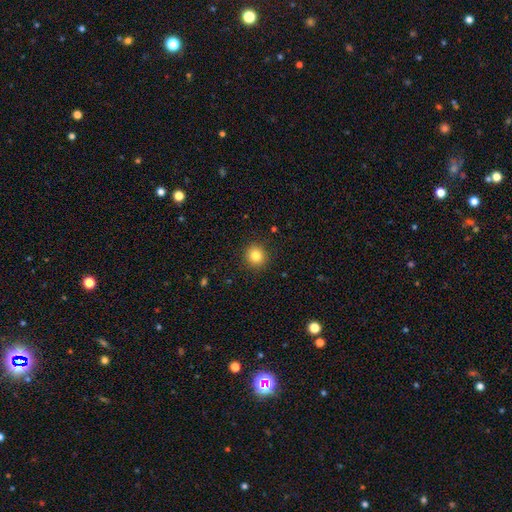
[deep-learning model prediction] A smooth galaxy with no disk features (82%) that is round (90%). Merging: none (91%).